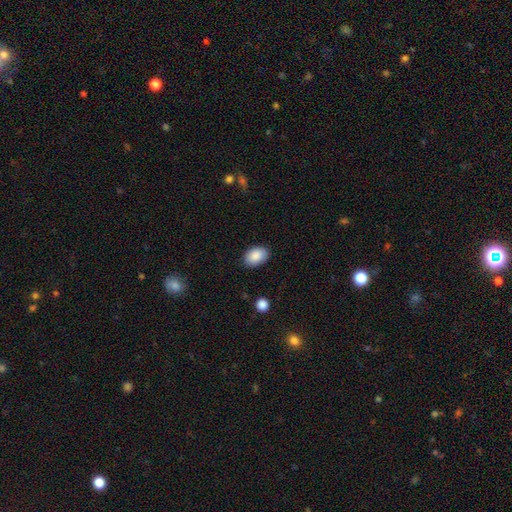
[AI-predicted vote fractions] A smooth galaxy with no disk features (89%) that is in between round and cigar-shaped (85%).

Vote fractions:
- Smooth or featured? smooth: 89% / star or artifact: 7% / featured or disk: 4%
- How rounded? in between: 85% / round: 14% / cigar-shaped: 1%
- Merging? none: 86% / minor disturbance: 10% / major disturbance: 2% / merger: 1%